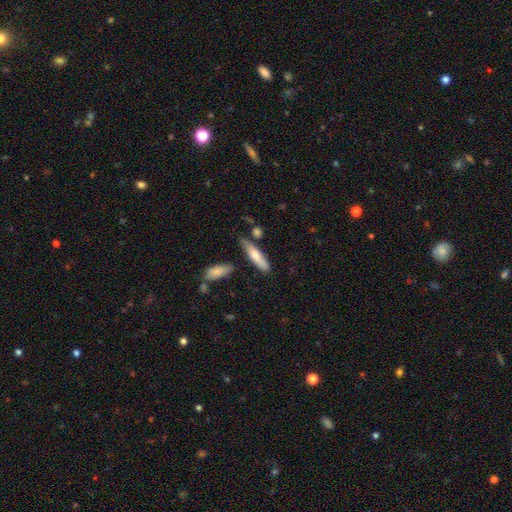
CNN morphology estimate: A smooth galaxy with no disk features (69%) that is cigar-shaped (70%).

Vote fractions:
- Smooth or featured? smooth: 69% / featured or disk: 25% / star or artifact: 6%
- How rounded? cigar-shaped: 70% / in between: 28% / round: 2%
- Merging? none: 65% / minor disturbance: 21% / merger: 8% / major disturbance: 5%